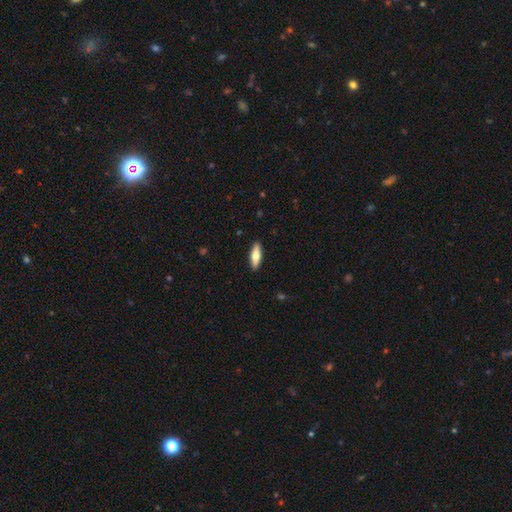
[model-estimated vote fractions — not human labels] Smooth or featured: smooth — 60% (featured or disk — 35%)
How rounded: cigar-shaped — 51% (in between — 46%)
Merging: none — 91% (minor disturbance — 7%)